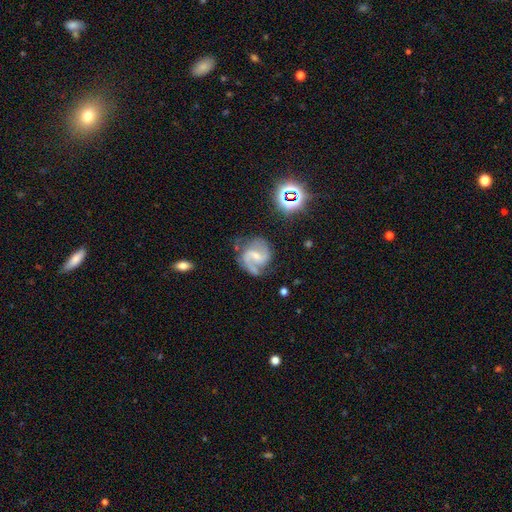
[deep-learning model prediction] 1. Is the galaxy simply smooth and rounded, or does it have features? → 87% featured or disk, 7% star or artifact, 7% smooth.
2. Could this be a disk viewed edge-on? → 98% no, 2% yes.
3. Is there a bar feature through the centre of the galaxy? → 54% weak, 23% no, 23% strong.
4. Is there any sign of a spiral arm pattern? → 97% yes, 3% no.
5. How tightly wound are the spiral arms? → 58% medium, 22% loose, 19% tight.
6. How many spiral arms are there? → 88% 2, 4% 1, 4% can't tell, 2% 3, 1% 4, 1% more than 4.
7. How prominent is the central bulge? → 60% small, 29% moderate, 8% none, 1% large, 1% dominant.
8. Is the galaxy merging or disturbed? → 68% none, 20% minor disturbance, 9% major disturbance, 3% merger.